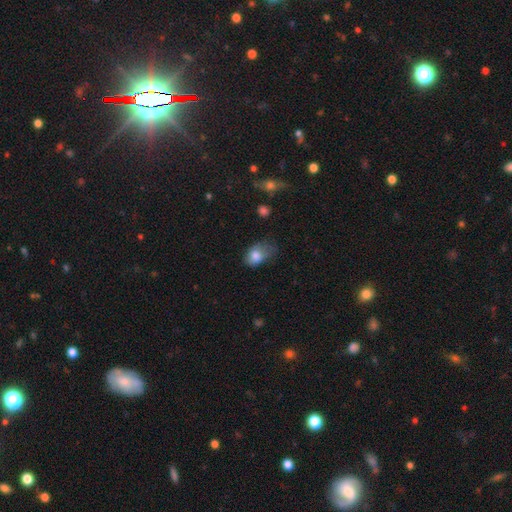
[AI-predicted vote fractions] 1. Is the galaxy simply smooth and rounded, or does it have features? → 78% smooth, 14% featured or disk, 9% star or artifact.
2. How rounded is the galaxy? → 80% in between, 18% round, 1% cigar-shaped.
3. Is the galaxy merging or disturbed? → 41% minor disturbance, 29% major disturbance, 26% none, 3% merger.